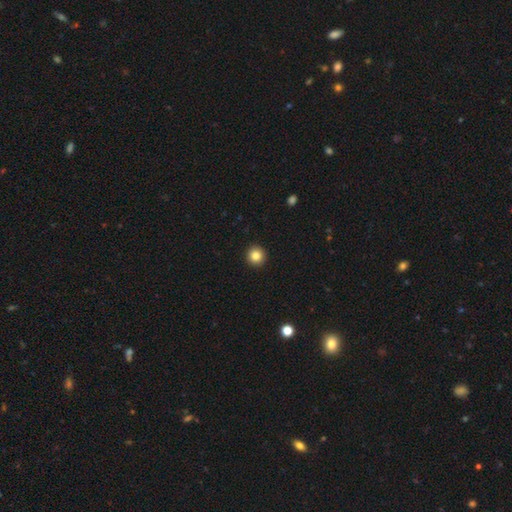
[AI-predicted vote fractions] smooth_or_featured: smooth (p=0.85) [alt: star or artifact p=0.10]
how_rounded: round (p=0.96) [alt: in between p=0.03]
merging: none (p=0.94) [alt: minor disturbance p=0.04]